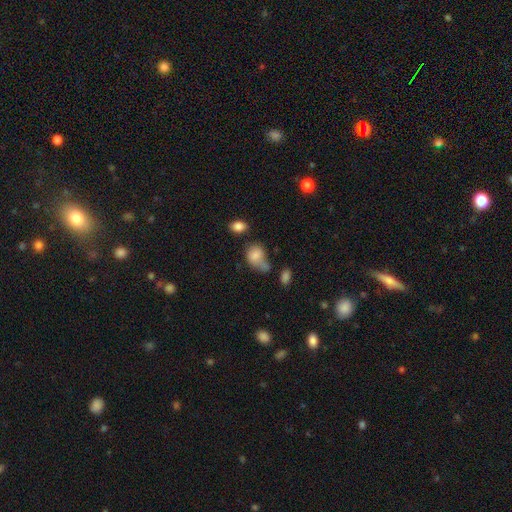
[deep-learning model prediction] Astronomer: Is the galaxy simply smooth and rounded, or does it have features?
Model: smooth — 78%.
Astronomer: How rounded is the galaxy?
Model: in between — 67%.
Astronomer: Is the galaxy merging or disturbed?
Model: none — 29% (runner-up: minor disturbance, 28%).